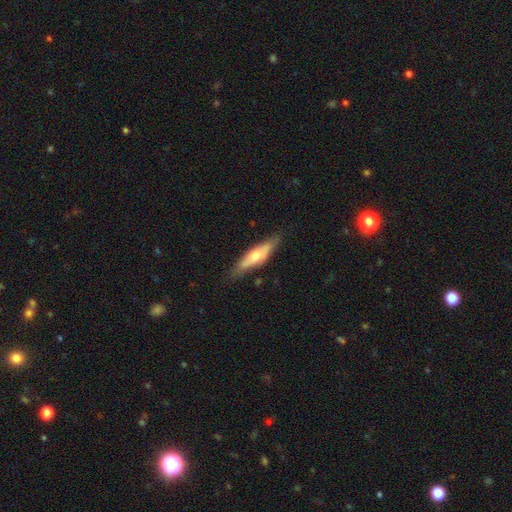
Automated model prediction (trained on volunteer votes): A featured or disk galaxy (48%).

Vote fractions:
- Smooth or featured? featured or disk: 48% / smooth: 46% / star or artifact: 6%
- Merging? none: 76% / minor disturbance: 18% / major disturbance: 4% / merger: 2%